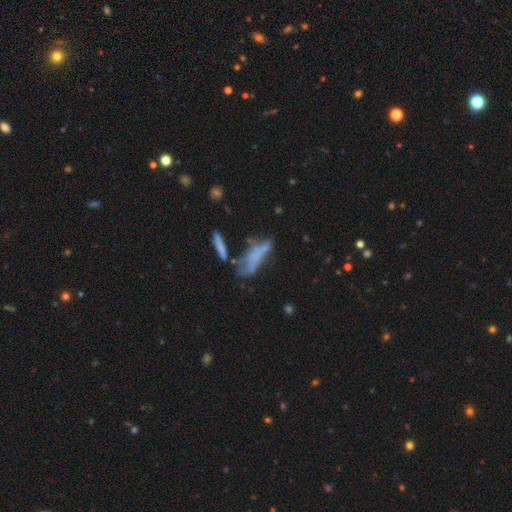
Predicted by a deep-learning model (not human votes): Smooth or featured? smooth (46%)
Merging? none (32%)